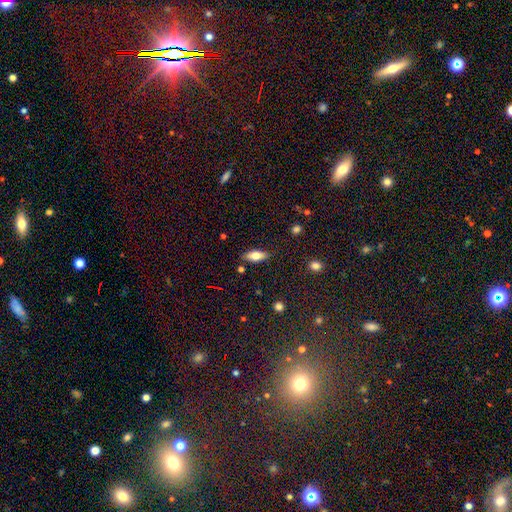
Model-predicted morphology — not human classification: Q: Smooth or featured?
A: smooth (72%); runner-up: featured or disk (21%)
Q: How rounded?
A: in between (81%); runner-up: cigar-shaped (16%)
Q: Merging?
A: none (85%); runner-up: minor disturbance (11%)